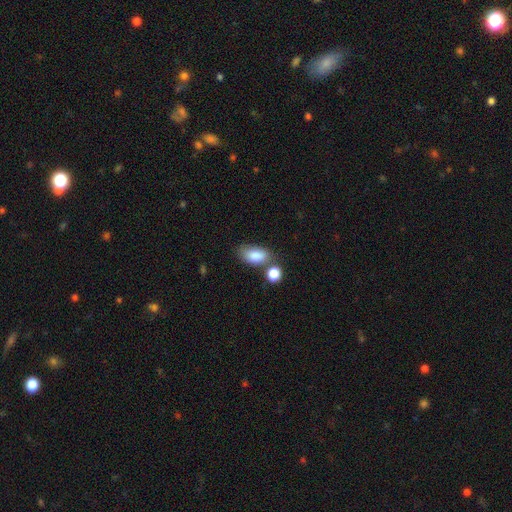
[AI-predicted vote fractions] Overall: smooth (85%). How rounded: in between (91%). Merging: none (55%; merger 21%).